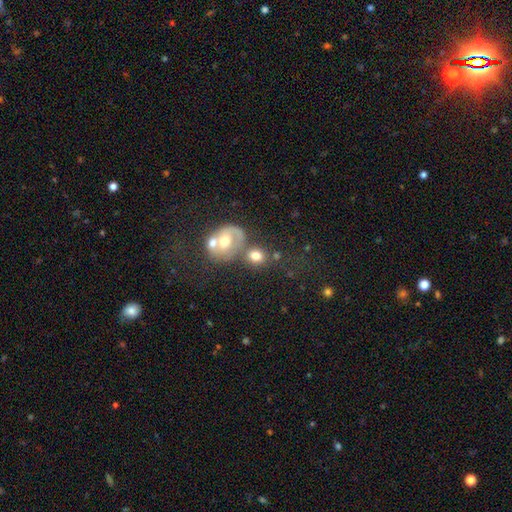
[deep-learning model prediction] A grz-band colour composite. It shows a smooth galaxy with no disk features (69%) that is round (66%). Merging: none (43%).